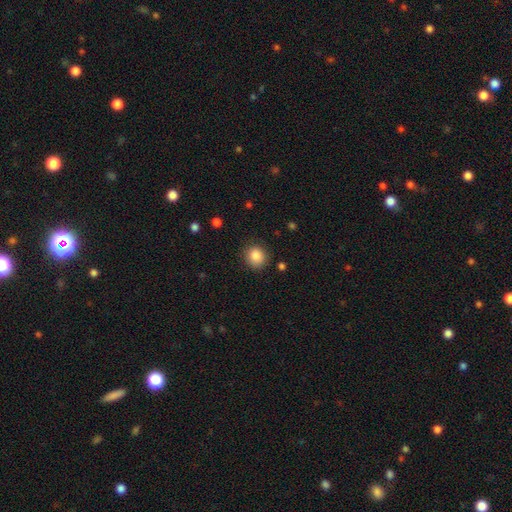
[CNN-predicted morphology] Smooth or featured? Predicted: smooth (p=0.87). How rounded? Predicted: round (p=0.86). Merging? Predicted: none (p=0.86).